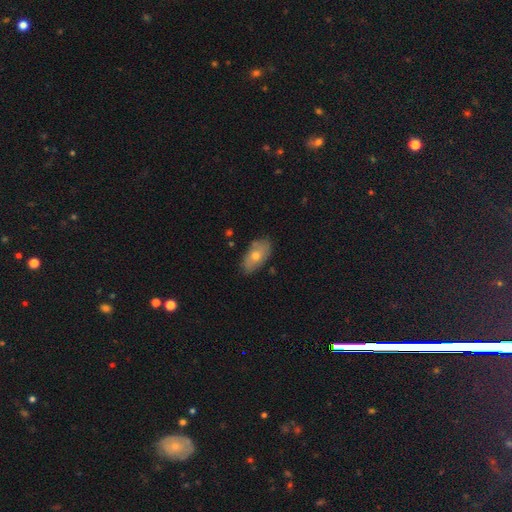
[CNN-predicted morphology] Smooth or featured?
  - smooth: 61% *
  - featured or disk: 32%
  - star or artifact: 7%
How rounded?
  - in between: 91% *
  - round: 6%
  - cigar-shaped: 3%
Merging?
  - none: 78% *
  - minor disturbance: 17%
  - major disturbance: 3%
  - merger: 2%